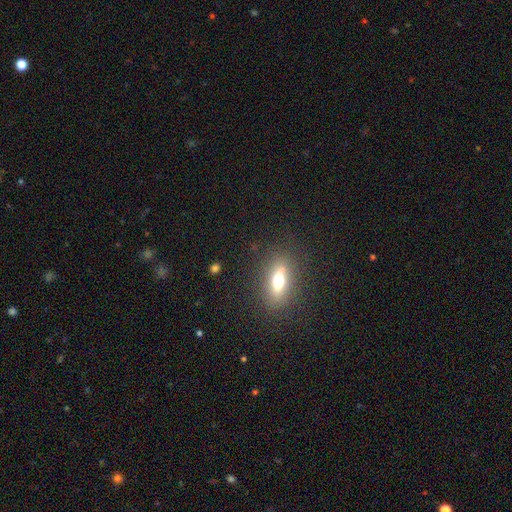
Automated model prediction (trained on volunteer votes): Overall: smooth (57%; featured or disk 27%). How rounded: in between (64%; cigar-shaped 26%). Merging: none (89%).